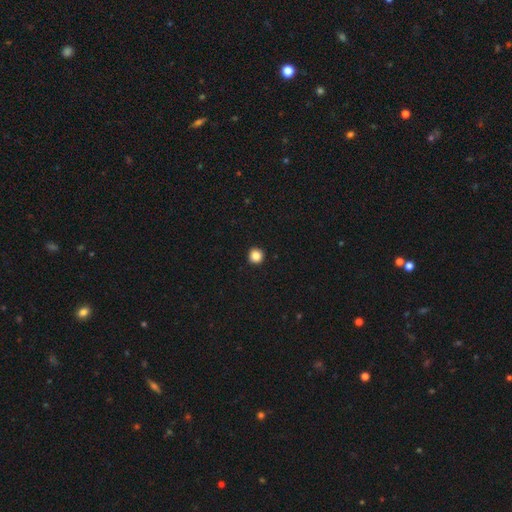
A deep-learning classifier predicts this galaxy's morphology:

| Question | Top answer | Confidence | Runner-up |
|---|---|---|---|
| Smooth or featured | smooth | 85% | star or artifact (11%) |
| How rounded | round | 96% | in between (3%) |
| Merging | none | 94% | minor disturbance (4%) |